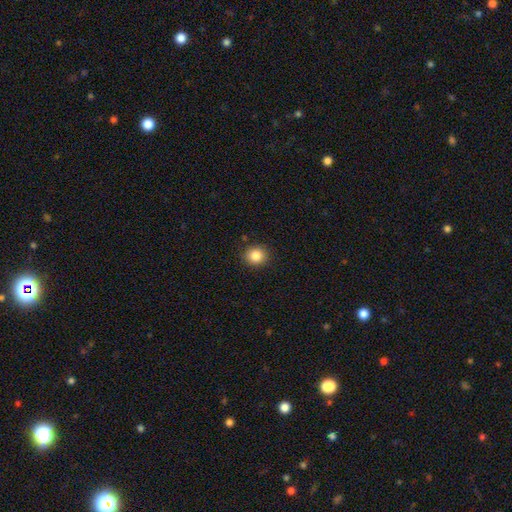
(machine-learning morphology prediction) smooth 85%, star or artifact 10%, featured or disk 5%. Down the decision tree: how rounded — round (85%); merging — none (89%).